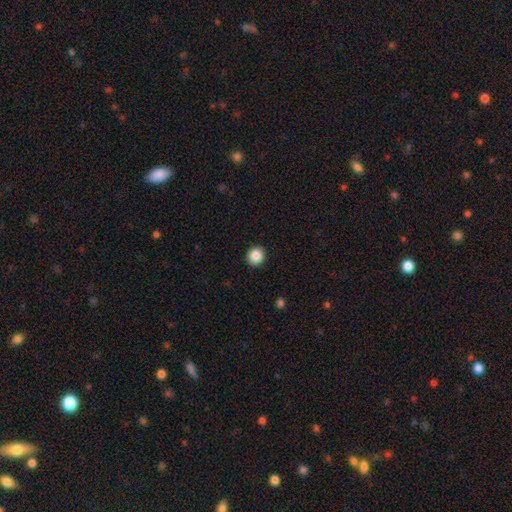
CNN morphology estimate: Smooth or featured? smooth (87%)
How rounded? round (88%)
Merging? none (93%)